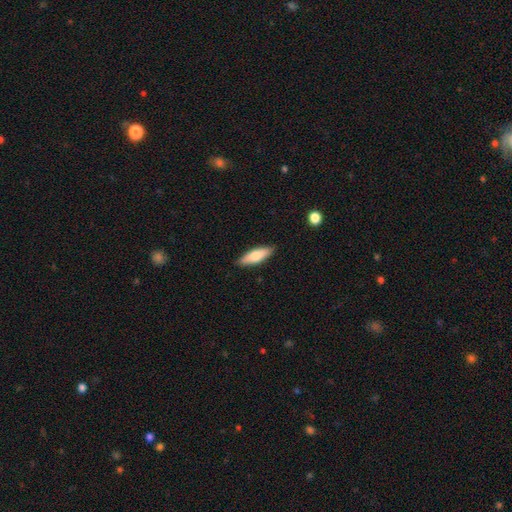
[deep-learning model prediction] The model was most divided on "how rounded": in between: 51%, cigar-shaped: 47%, round: 2%. More confident: merging — none (88%); smooth or featured — smooth (69%).